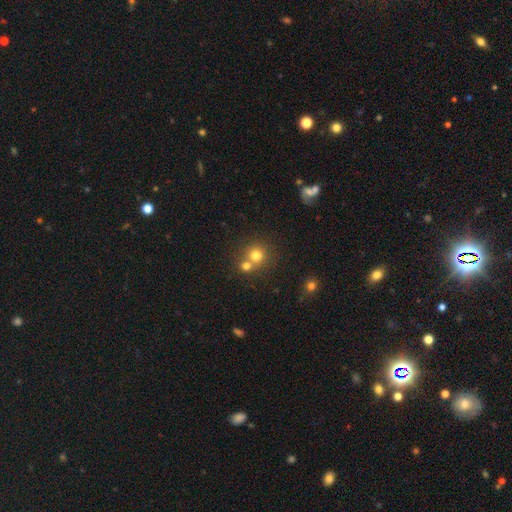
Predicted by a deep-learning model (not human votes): Smooth or featured? Predicted: smooth (p=0.75). How rounded? Predicted: round (p=0.88). Merging? Predicted: none (p=0.51).